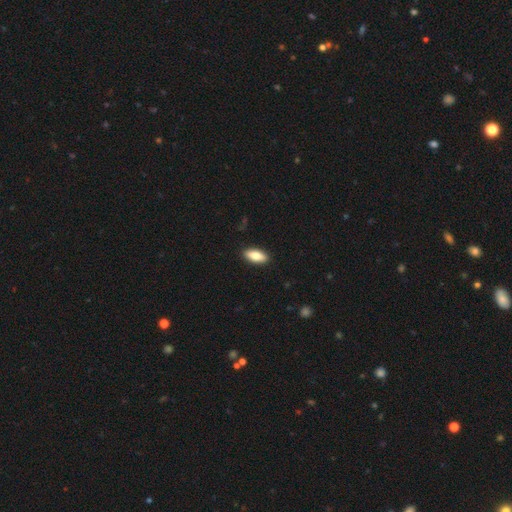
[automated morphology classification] Q: Smooth or featured?
A: smooth (79%); runner-up: featured or disk (15%)
Q: How rounded?
A: in between (82%); runner-up: cigar-shaped (16%)
Q: Merging?
A: none (90%); runner-up: minor disturbance (7%)